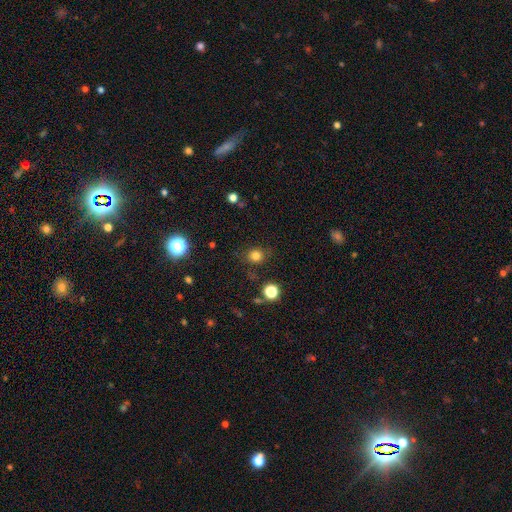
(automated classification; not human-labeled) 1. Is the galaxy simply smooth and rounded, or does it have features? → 79% smooth, 16% star or artifact, 6% featured or disk.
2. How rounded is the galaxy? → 80% round, 19% in between, 1% cigar-shaped.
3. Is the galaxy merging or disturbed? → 82% none, 12% minor disturbance, 4% major disturbance, 2% merger.